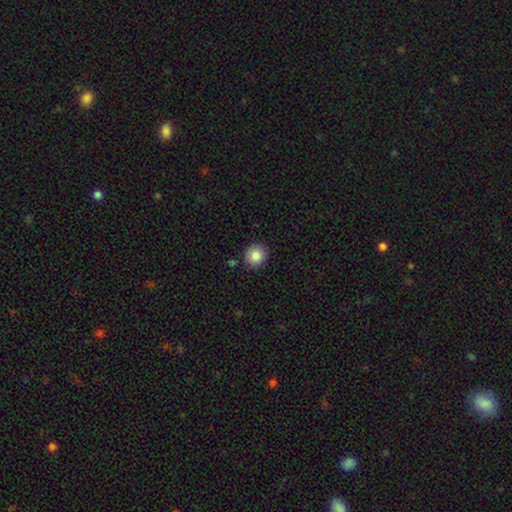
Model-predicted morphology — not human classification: This is clearly a smooth galaxy (85%). How rounded: clearly round (90%). Merging: clearly none (88%).